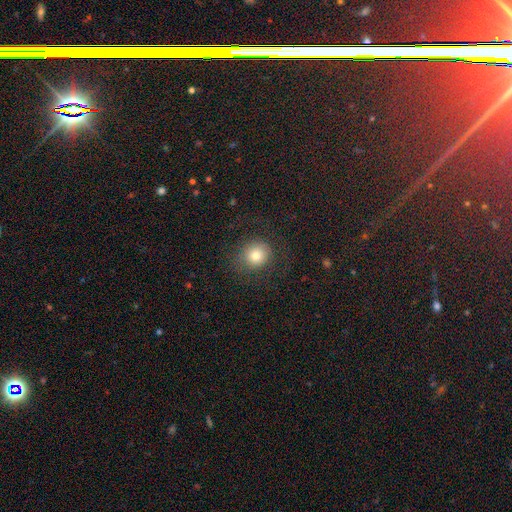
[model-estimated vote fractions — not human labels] Smooth or featured? Predicted: smooth (p=0.77). How rounded? Predicted: round (p=0.85). Merging? Predicted: none (p=0.81).